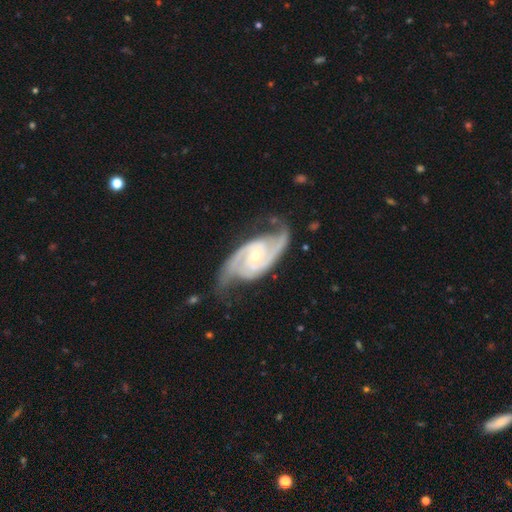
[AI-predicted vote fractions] Smooth or featured?
  - featured or disk: 93% *
  - star or artifact: 4%
  - smooth: 3%
Edge-on disk?
  - no: 97% *
  - yes: 3%
Bar?
  - no: 49% *
  - weak: 37%
  - strong: 14%
Spiral arms?
  - yes: 98% *
  - no: 2%
Spiral winding?
  - medium: 52% *
  - tight: 36%
  - loose: 12%
Spiral arm count?
  - 2: 89% *
  - 3: 5%
  - can't tell: 3%
  - 1: 1%
  - 4: 1%
  - more than 4: 1%
Bulge size?
  - small: 59% *
  - moderate: 38%
  - large: 1%
  - none: 1%
  - dominant: 1%
Merging?
  - none: 70% *
  - minor disturbance: 20%
  - major disturbance: 8%
  - merger: 2%